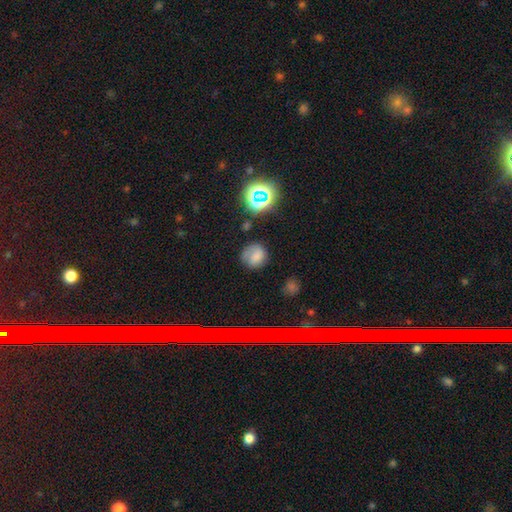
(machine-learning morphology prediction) Q: Smooth or featured?
A: smooth (66%); runner-up: featured or disk (18%)
Q: How rounded?
A: round (78%); runner-up: in between (21%)
Q: Merging?
A: none (63%); runner-up: minor disturbance (23%)